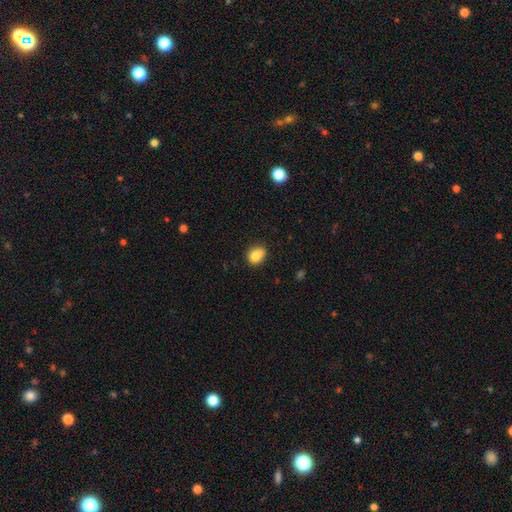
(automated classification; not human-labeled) smooth_or_featured: smooth (p=0.82) [alt: star or artifact p=0.10]
how_rounded: round (p=0.53) [alt: in between p=0.46]
merging: none (p=0.69) [alt: minor disturbance p=0.21]